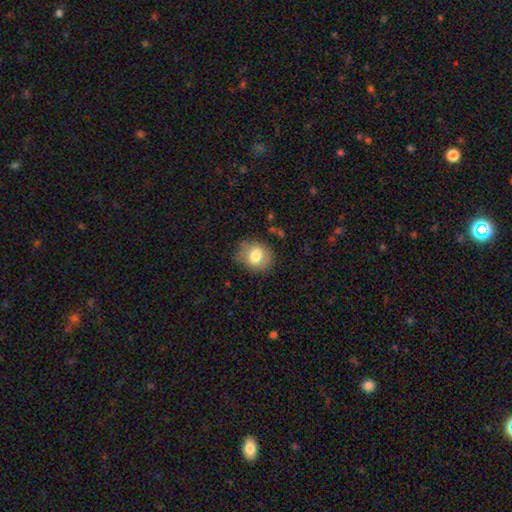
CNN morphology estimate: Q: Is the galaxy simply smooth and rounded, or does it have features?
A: smooth — 76%.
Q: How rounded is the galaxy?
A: round — 63%.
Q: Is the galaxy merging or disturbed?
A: none — 77%.